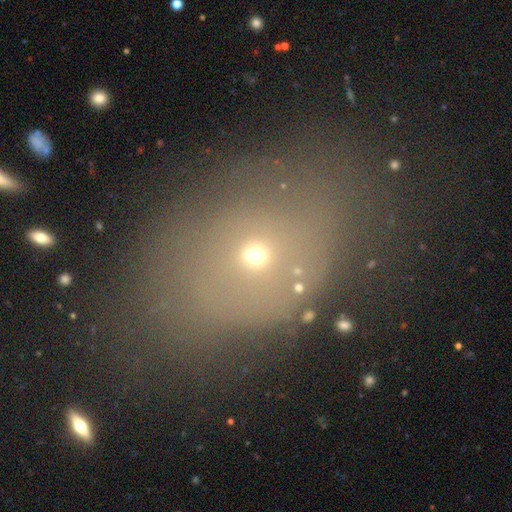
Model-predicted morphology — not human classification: A smooth galaxy with no disk features (55%) that is in between round and cigar-shaped (66%). Merging: none (72%).